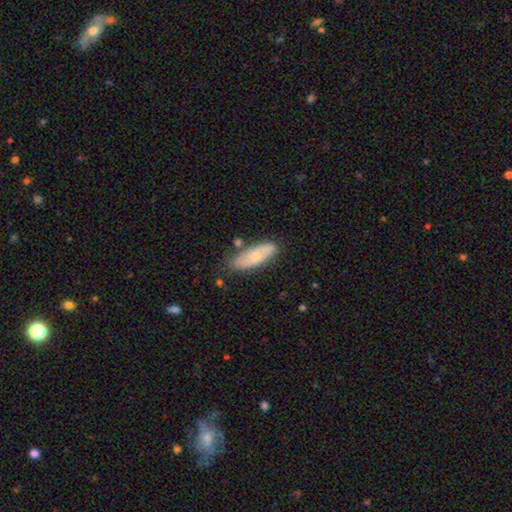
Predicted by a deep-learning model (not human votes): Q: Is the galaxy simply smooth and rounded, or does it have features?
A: smooth — 61%.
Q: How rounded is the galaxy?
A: in between — 64%.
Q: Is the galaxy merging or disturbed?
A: none — 72%.